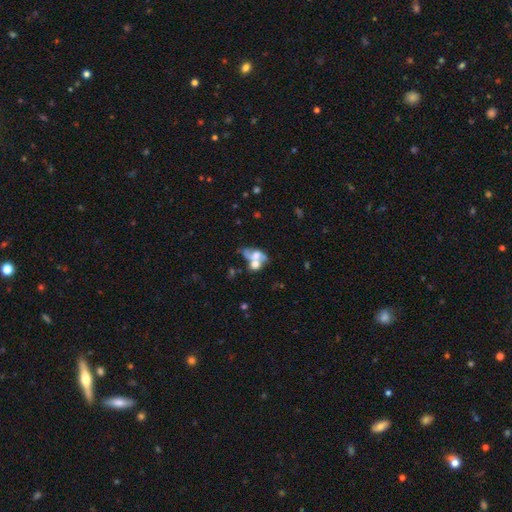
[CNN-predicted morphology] This appears to be a featured or disk galaxy (47%). Merging: merger (62%).